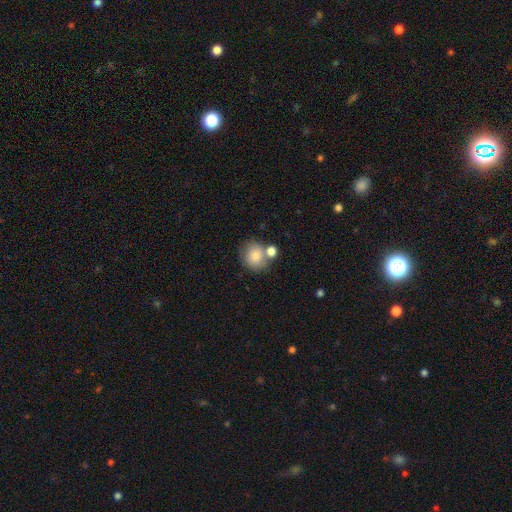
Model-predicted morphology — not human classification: Smooth or featured? Predicted: smooth (p=0.77). How rounded? Predicted: round (p=0.83). Merging? Predicted: none (p=0.54).